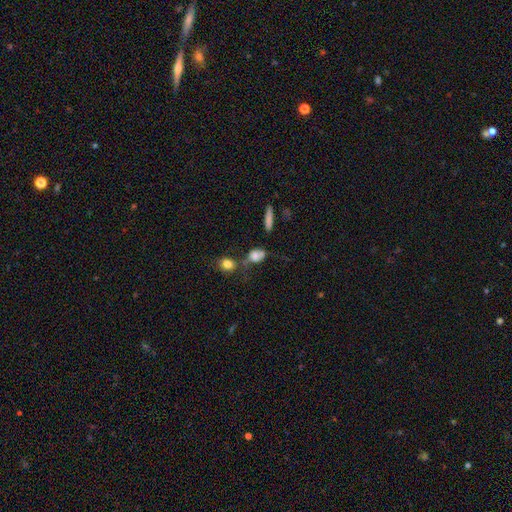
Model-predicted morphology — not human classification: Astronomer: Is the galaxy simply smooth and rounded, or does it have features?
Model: smooth — 70%.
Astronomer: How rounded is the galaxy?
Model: in between — 51% (runner-up: round, 43%).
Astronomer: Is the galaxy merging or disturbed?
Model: none — 39% (runner-up: merger, 27%).